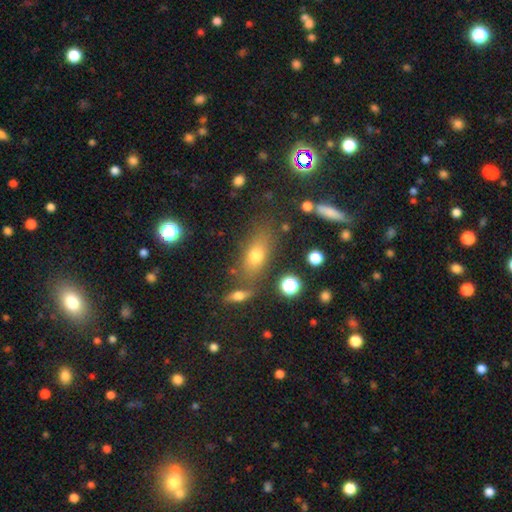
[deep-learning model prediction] Smooth or featured: smooth — 64% (featured or disk — 18%)
How rounded: in between — 71% (cigar-shaped — 17%)
Merging: none — 69% (minor disturbance — 14%)